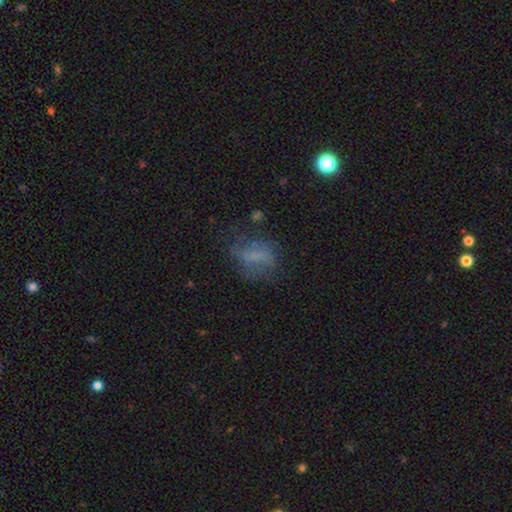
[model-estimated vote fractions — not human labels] A smooth galaxy with no disk features (50%). Merging: none (54%).